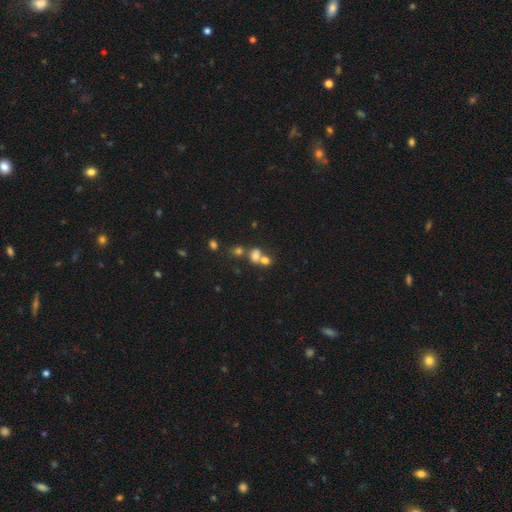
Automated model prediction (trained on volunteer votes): Smooth or featured: smooth — 67% (star or artifact — 17%)
How rounded: round — 57% (in between — 41%)
Merging: merger — 55% (none — 32%)